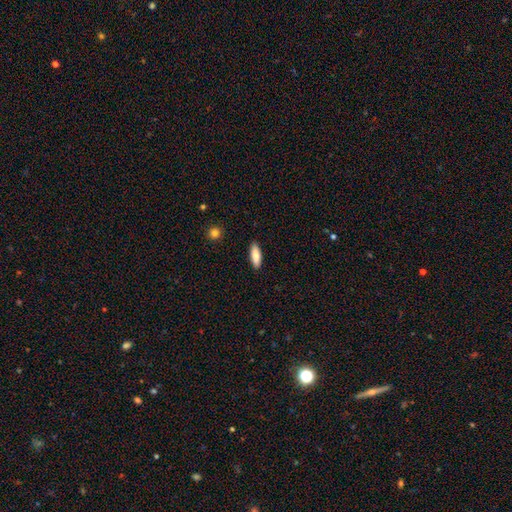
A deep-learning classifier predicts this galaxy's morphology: A smooth galaxy with no disk features (83%) that is in between round and cigar-shaped (60%).

Vote fractions:
- Smooth or featured? smooth: 83% / featured or disk: 11% / star or artifact: 6%
- How rounded? in between: 60% / cigar-shaped: 38% / round: 2%
- Merging? none: 90% / minor disturbance: 8% / major disturbance: 2% / merger: 1%